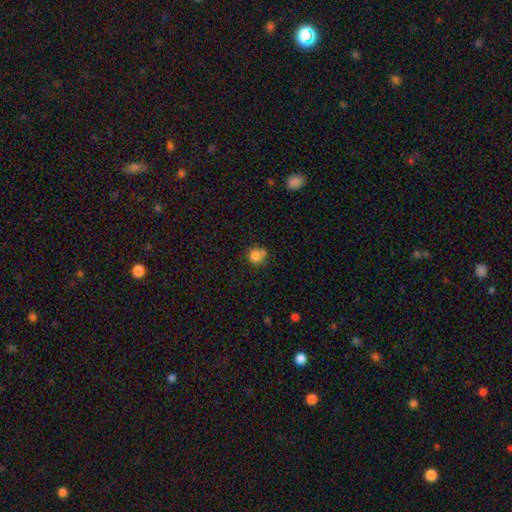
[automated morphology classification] The model was most divided on "merging": none: 60%, minor disturbance: 20%, merger: 14%, major disturbance: 6%. More confident: how rounded — round (87%); smooth or featured — smooth (82%).